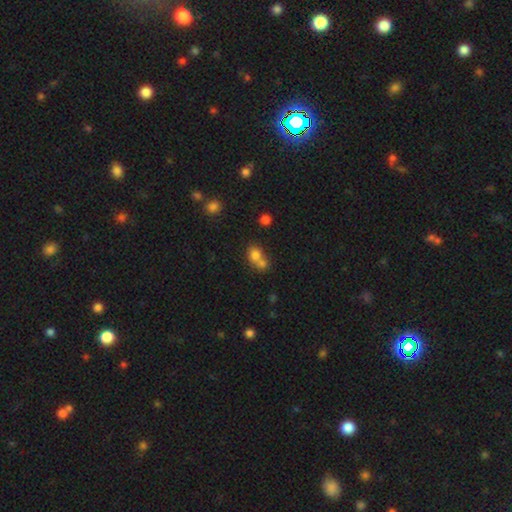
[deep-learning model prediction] This is likely a smooth galaxy (76%). How rounded: likely round (60%). Merging: possibly merger (57%).